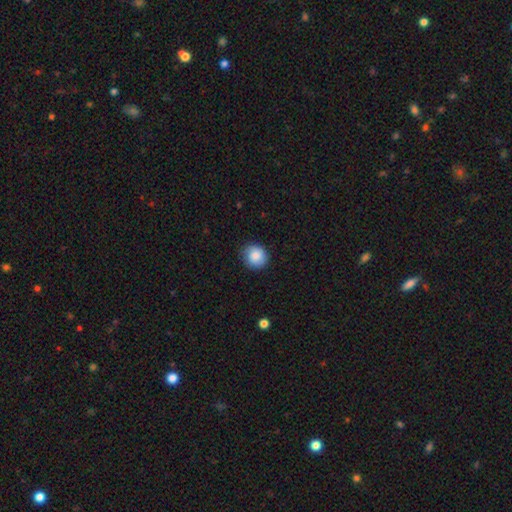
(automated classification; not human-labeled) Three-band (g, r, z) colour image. It shows a smooth galaxy with no disk features (85%) that is round (84%). Merging: none (83%).